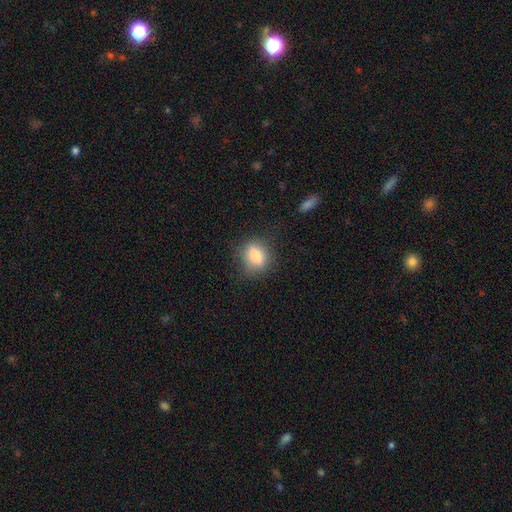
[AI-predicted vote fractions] Smooth or featured: smooth — 80% (featured or disk — 11%)
How rounded: in between — 62% (round — 34%)
Merging: none — 75% (minor disturbance — 18%)